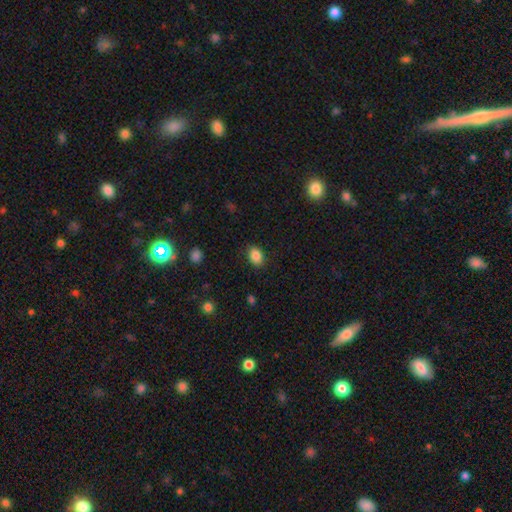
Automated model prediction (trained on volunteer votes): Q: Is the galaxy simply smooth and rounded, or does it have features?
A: smooth — 86%.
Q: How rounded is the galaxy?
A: in between — 75%.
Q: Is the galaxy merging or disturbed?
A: none — 86%.